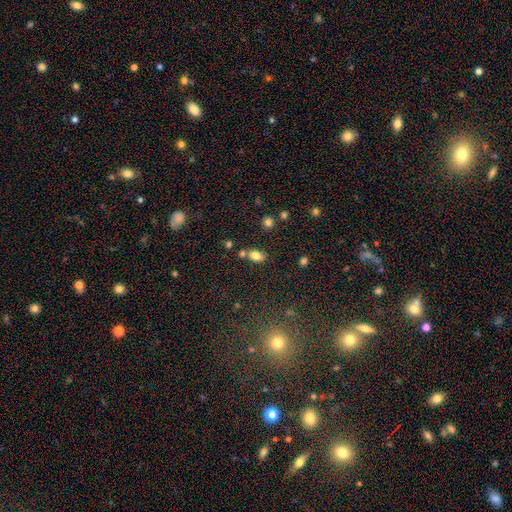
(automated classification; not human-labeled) Morphology: type=smooth (79%); roundness=in between (84%); merging=none (66%).